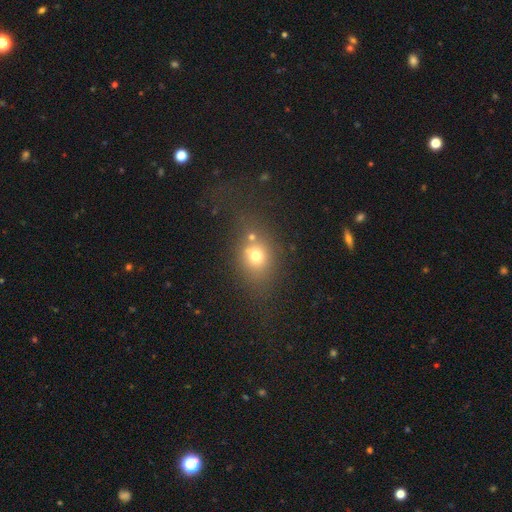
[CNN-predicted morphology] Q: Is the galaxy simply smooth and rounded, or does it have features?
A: smooth — 69%.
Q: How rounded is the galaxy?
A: round — 58%.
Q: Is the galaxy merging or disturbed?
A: none — 51%.